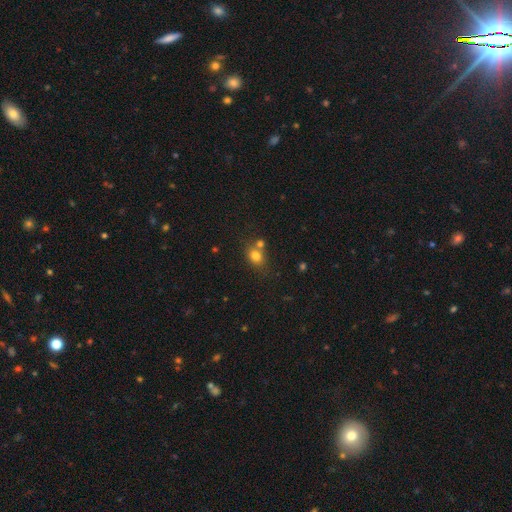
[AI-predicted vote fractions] A smooth galaxy with no disk features (78%) that is round (54%). Merging: none (55%).